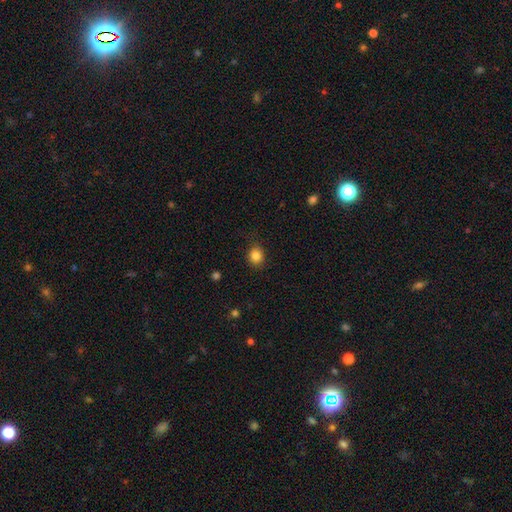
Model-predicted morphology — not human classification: This appears to be a smooth galaxy with no disk features (85%) that is round (75%). Merging: none (85%).